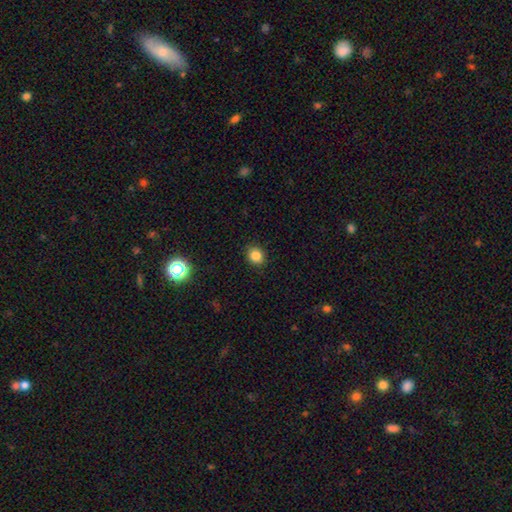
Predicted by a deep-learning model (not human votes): Overall: smooth (84%). How rounded: round (71%). Merging: none (88%).